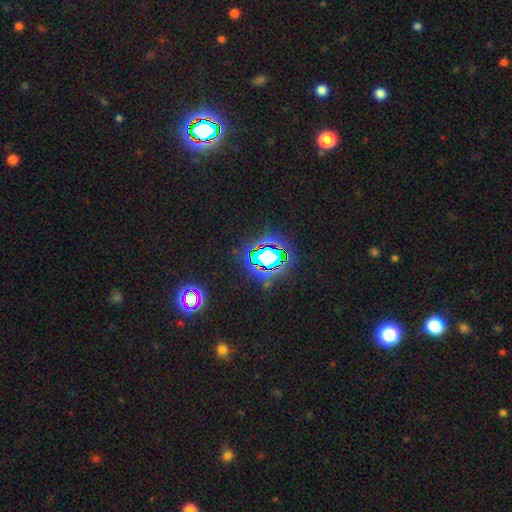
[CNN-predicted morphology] A star or artifact, not a galaxy (75%).